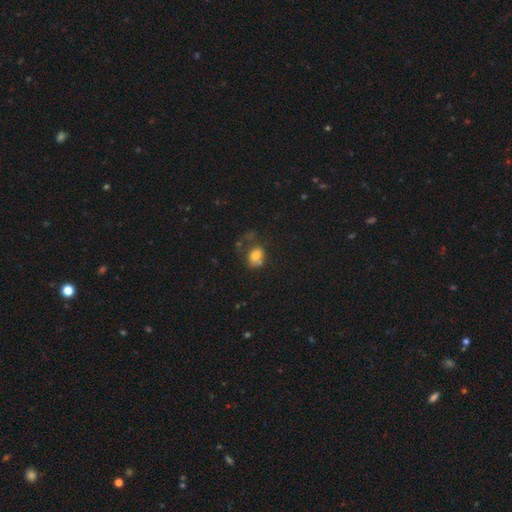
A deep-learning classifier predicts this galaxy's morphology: Q: Smooth or featured?
A: smooth (74%); runner-up: featured or disk (15%)
Q: How rounded?
A: in between (60%); runner-up: round (39%)
Q: Merging?
A: none (41%); runner-up: minor disturbance (21%)